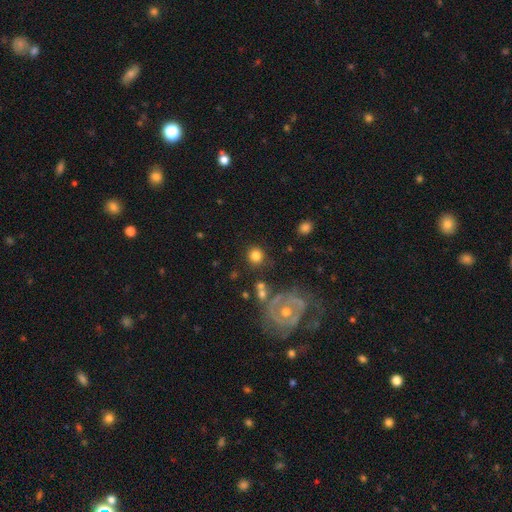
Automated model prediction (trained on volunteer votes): A smooth galaxy with no disk features (78%) that is round (89%).

Vote fractions:
- Smooth or featured? smooth: 78% / featured or disk: 11% / star or artifact: 11%
- How rounded? round: 89% / in between: 10% / cigar-shaped: 1%
- Merging? none: 81% / minor disturbance: 9% / merger: 5% / major disturbance: 5%